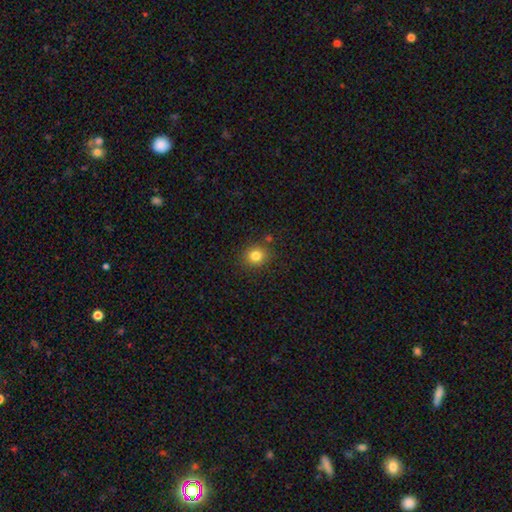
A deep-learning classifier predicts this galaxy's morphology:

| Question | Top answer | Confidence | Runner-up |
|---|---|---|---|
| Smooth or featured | smooth | 82% | star or artifact (12%) |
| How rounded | round | 83% | in between (16%) |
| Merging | none | 85% | minor disturbance (9%) |